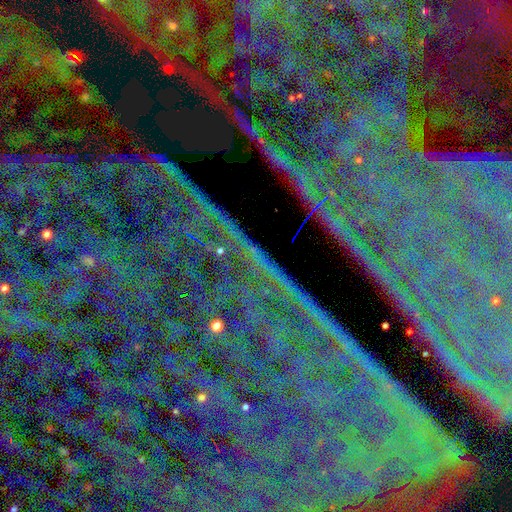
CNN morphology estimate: Q: Smooth or featured?
A: star or artifact (84%); runner-up: featured or disk (9%)